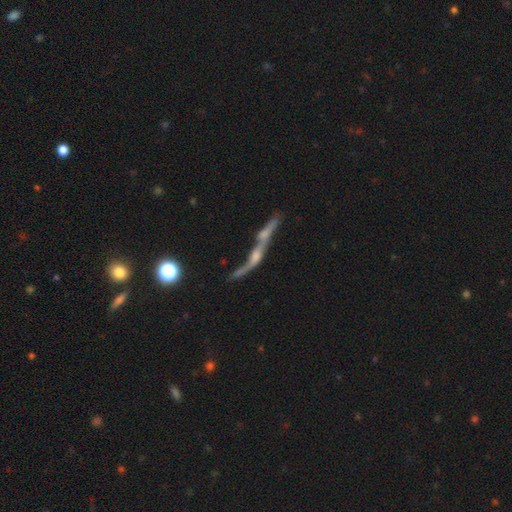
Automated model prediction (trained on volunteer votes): Smooth or featured? featured or disk (68%)
Edge-on disk? yes (74%)
Edge-on bulge? rounded (70%)
Merging? none (38%)